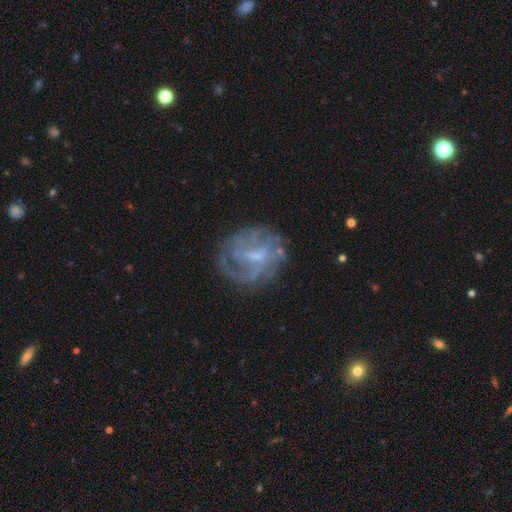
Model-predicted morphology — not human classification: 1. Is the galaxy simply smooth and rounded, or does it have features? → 74% featured or disk, 17% smooth, 9% star or artifact.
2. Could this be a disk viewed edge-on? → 98% no, 2% yes.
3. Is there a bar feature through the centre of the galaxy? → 51% weak, 36% no, 13% strong.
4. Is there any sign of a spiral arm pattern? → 66% yes, 34% no.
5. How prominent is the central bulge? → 49% small, 25% moderate, 24% none, 2% large, 1% dominant.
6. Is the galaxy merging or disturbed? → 62% none, 19% minor disturbance, 17% major disturbance, 3% merger.